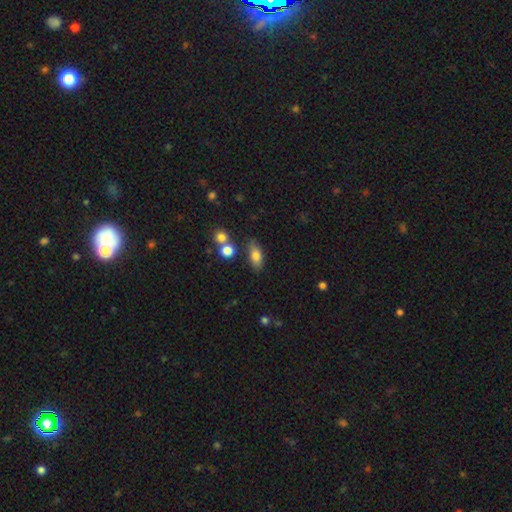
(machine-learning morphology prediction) Smooth or featured?
  - smooth: 77% *
  - featured or disk: 15%
  - star or artifact: 8%
How rounded?
  - in between: 79% *
  - cigar-shaped: 15%
  - round: 6%
Merging?
  - none: 75% *
  - minor disturbance: 13%
  - merger: 9%
  - major disturbance: 4%